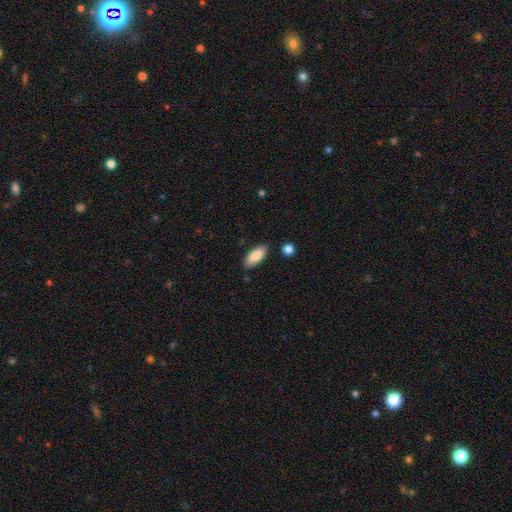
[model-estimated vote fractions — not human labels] This appears to be a smooth galaxy with no disk features (87%) that is in between round and cigar-shaped (80%). Merging: none (84%).